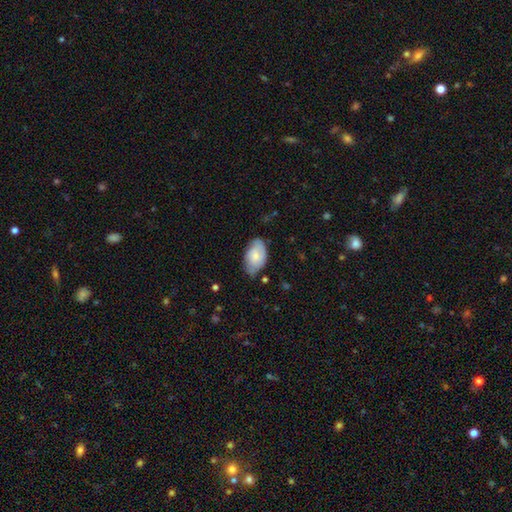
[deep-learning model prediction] smooth-or-featured: smooth: 57% | featured or disk: 37% | star or artifact: 6%
  how-rounded: in between: 92% | round: 6% | cigar-shaped: 2%
  merging: none: 60% | minor disturbance: 33% | major disturbance: 6% | merger: 2%